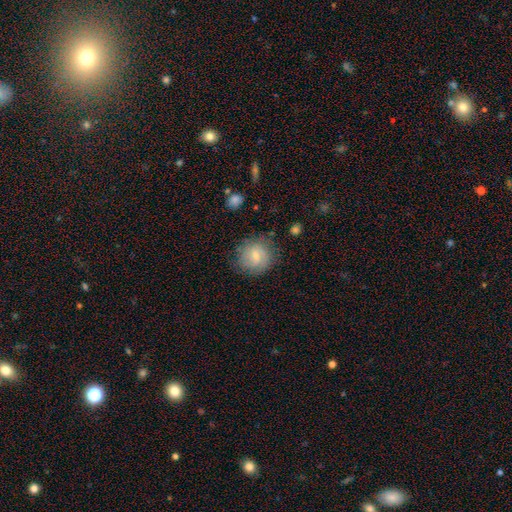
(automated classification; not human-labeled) A smooth galaxy with no disk features (66%) that is round (85%). Merging: none (76%).